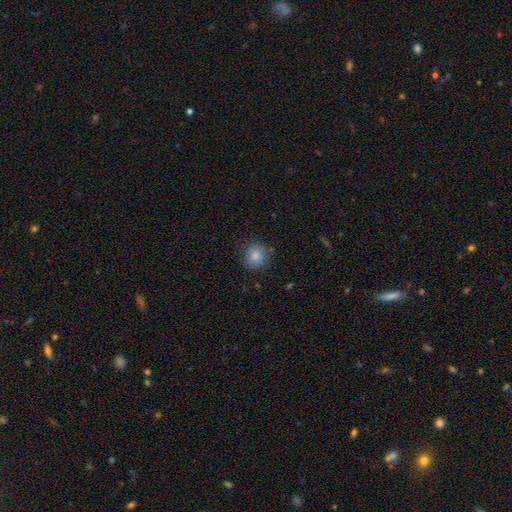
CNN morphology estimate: Overall: smooth (83%). How rounded: round (87%). Merging: none (80%).